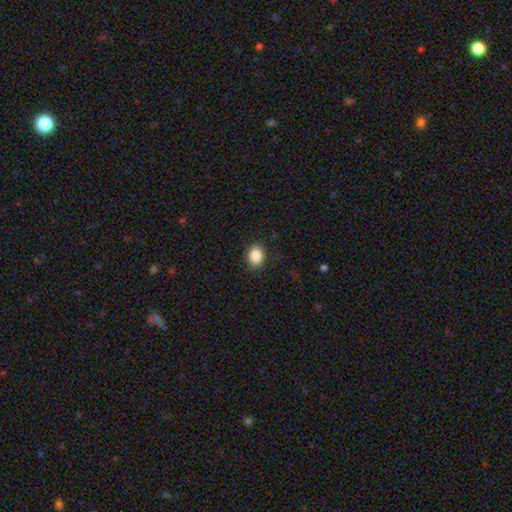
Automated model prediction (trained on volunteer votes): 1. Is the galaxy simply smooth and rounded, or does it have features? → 87% smooth, 9% star or artifact, 4% featured or disk.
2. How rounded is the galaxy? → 57% in between, 42% round, 1% cigar-shaped.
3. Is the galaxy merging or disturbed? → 87% none, 9% minor disturbance, 3% major disturbance, 1% merger.